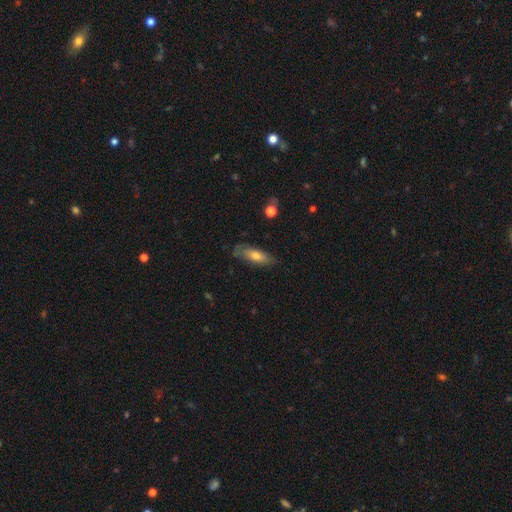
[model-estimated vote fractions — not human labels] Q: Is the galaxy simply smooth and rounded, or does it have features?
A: smooth — 66%.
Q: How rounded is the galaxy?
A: in between — 62%.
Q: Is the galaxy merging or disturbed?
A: none — 74%.